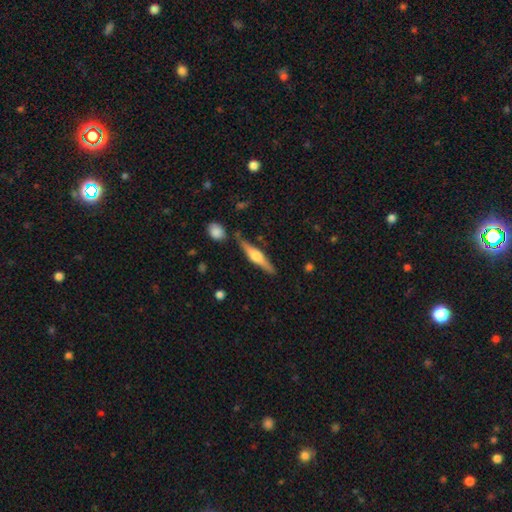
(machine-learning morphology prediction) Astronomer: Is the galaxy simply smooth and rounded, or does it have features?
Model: featured or disk — 69%.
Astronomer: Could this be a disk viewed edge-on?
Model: yes — 97%.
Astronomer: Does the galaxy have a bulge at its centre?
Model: rounded — 90%.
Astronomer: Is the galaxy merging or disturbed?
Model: none — 84%.